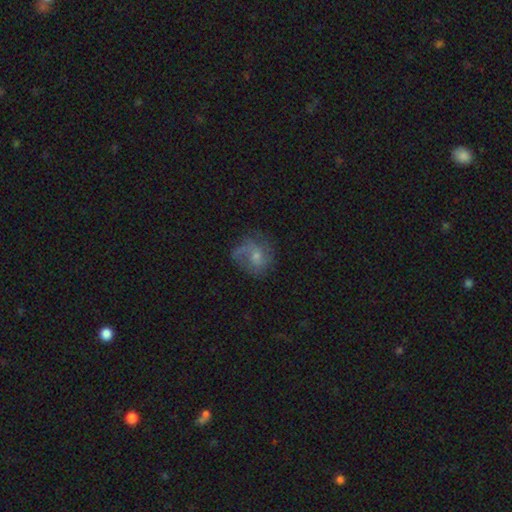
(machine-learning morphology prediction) The model was most divided on "bulge size": small: 54%, moderate: 37%, none: 6%, large: 2%, dominant: 1%. More confident: edge-on disk — no (97%); spiral arms — yes (82%); bar — no (66%); smooth or featured — featured or disk (59%); merging — none (56%).